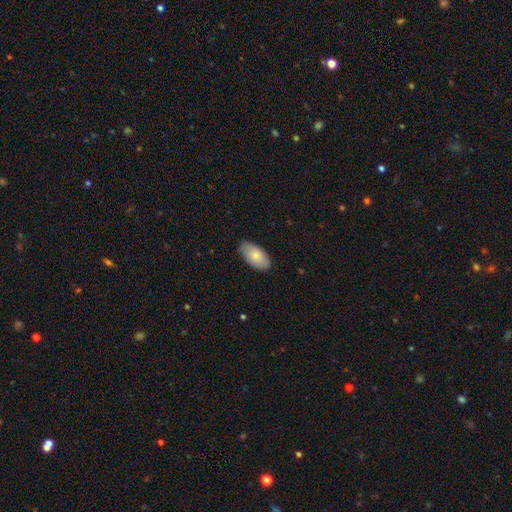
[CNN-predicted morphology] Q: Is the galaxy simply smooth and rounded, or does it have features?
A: smooth — 79%.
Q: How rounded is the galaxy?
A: in between — 95%.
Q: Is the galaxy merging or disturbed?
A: none — 82%.